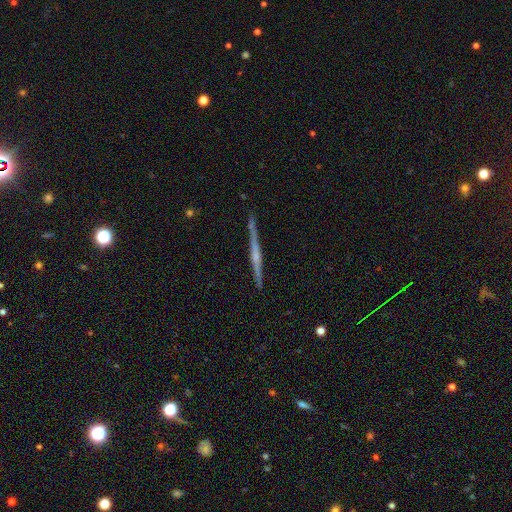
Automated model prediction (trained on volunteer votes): Morphology: type=featured or disk (78%); edge-on=yes (98%); edge-on bulge=rounded (59%); merging=none (89%).